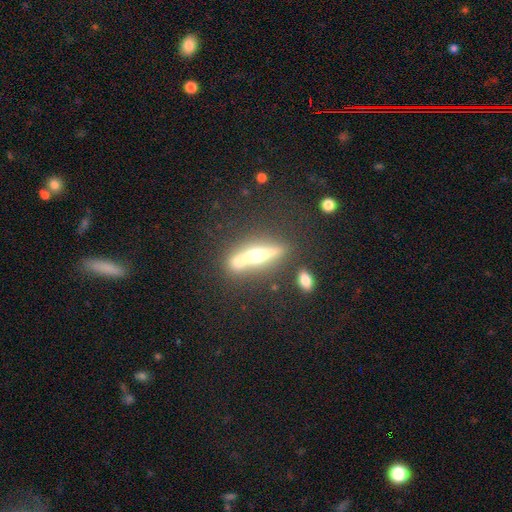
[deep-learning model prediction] Smooth or featured?
  - featured or disk: 71% *
  - smooth: 21%
  - star or artifact: 8%
Edge-on disk?
  - yes: 92% *
  - no: 8%
Edge-on bulge?
  - rounded: 94% *
  - boxy: 3%
  - none: 2%
Merging?
  - none: 69% *
  - merger: 15%
  - minor disturbance: 11%
  - major disturbance: 5%